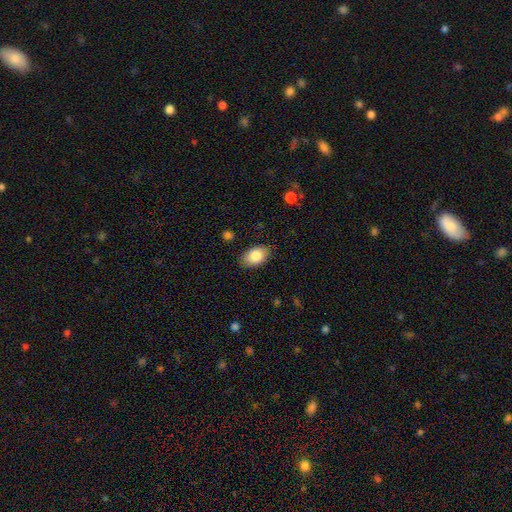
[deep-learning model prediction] smooth-or-featured: smooth: 85% | featured or disk: 8% | star or artifact: 7%
  how-rounded: in between: 90% | round: 9% | cigar-shaped: 1%
  merging: none: 85% | minor disturbance: 12% | major disturbance: 3% | merger: 1%